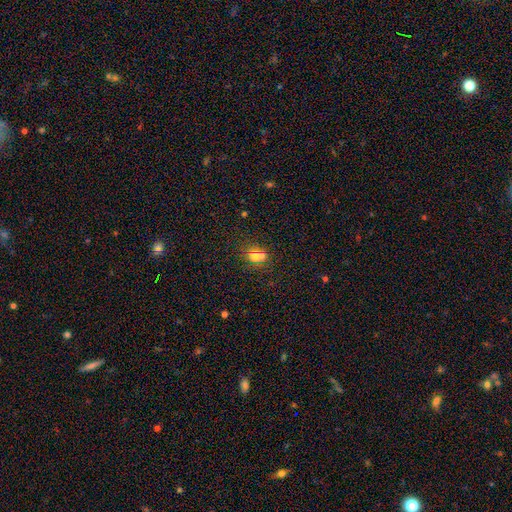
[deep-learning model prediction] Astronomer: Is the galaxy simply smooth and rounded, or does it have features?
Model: smooth — 66%.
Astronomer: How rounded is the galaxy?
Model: round — 71%.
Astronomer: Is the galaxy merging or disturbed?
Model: none — 49% (runner-up: merger, 37%).